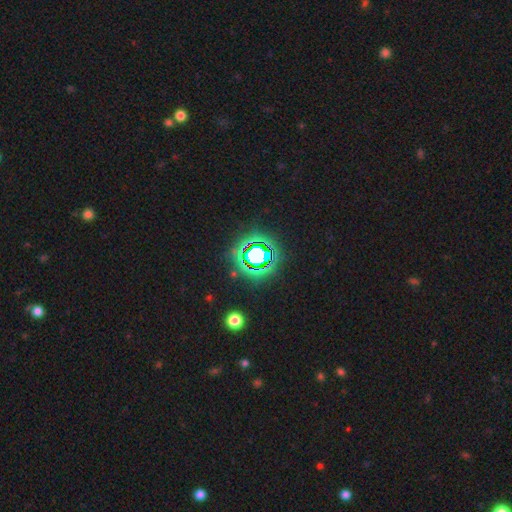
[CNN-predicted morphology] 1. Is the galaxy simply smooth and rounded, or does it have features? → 68% star or artifact, 20% smooth, 12% featured or disk.